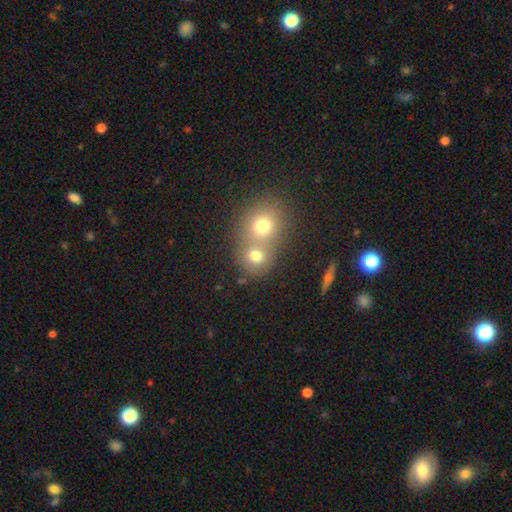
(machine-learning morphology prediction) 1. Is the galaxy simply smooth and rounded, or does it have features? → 73% smooth, 14% star or artifact, 13% featured or disk.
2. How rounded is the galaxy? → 76% round, 23% in between, 1% cigar-shaped.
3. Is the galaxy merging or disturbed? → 55% merger, 37% none, 6% minor disturbance, 3% major disturbance.